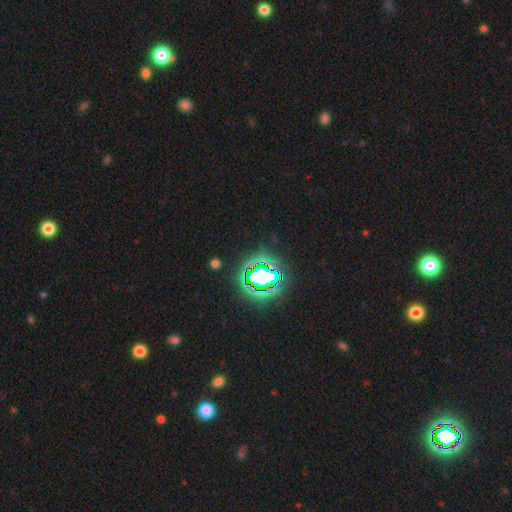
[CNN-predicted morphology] This appears to be a star or artifact, not a galaxy (77%).